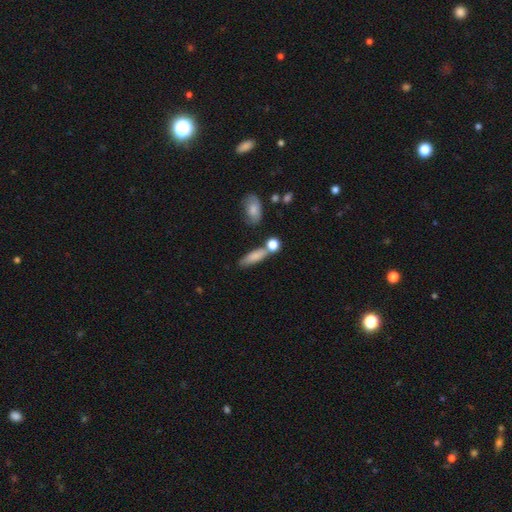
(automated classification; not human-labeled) Smooth or featured: smooth — 80% (featured or disk — 12%)
How rounded: cigar-shaped — 52% (in between — 42%)
Merging: none — 62% (merger — 19%)